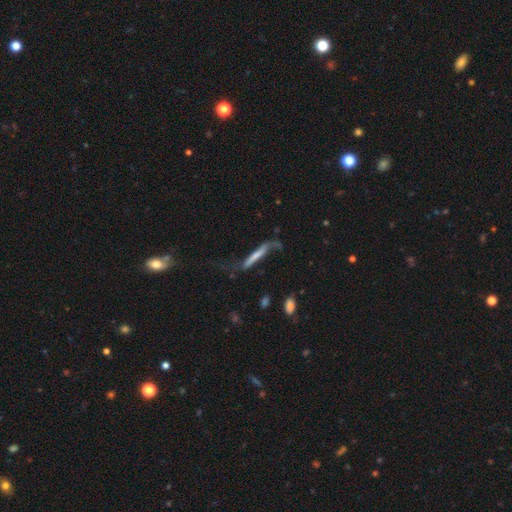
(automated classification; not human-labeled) Q: Smooth or featured?
A: featured or disk (49%); runner-up: smooth (43%)
Q: Merging?
A: major disturbance (37%); runner-up: none (34%)